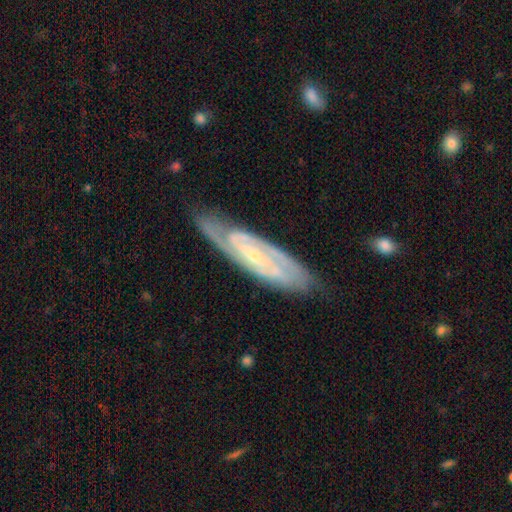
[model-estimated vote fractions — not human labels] Smooth or featured?
  - featured or disk: 88% *
  - smooth: 8%
  - star or artifact: 5%
Edge-on disk?
  - no: 86% *
  - yes: 14%
Bar?
  - weak: 44% *
  - strong: 29%
  - no: 27%
Spiral arms?
  - yes: 97% *
  - no: 3%
Spiral winding?
  - tight: 57% *
  - medium: 36%
  - loose: 7%
Spiral arm count?
  - 2: 73% *
  - can't tell: 12%
  - 3: 8%
  - 4: 2%
  - 1: 2%
  - more than 4: 2%
Bulge size?
  - small: 69% *
  - moderate: 24%
  - none: 4%
  - large: 1%
  - dominant: 1%
Merging?
  - none: 79% *
  - minor disturbance: 16%
  - major disturbance: 4%
  - merger: 2%